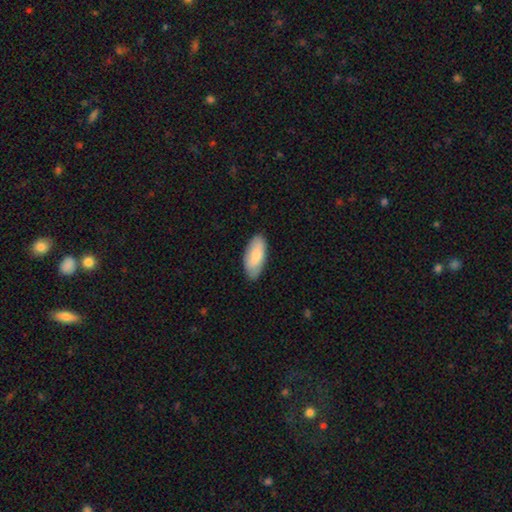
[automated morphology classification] smooth-or-featured: smooth: 81% | featured or disk: 13% | star or artifact: 5%
  how-rounded: in between: 91% | cigar-shaped: 8% | round: 2%
  merging: none: 83% | minor disturbance: 13% | major disturbance: 2% | merger: 1%